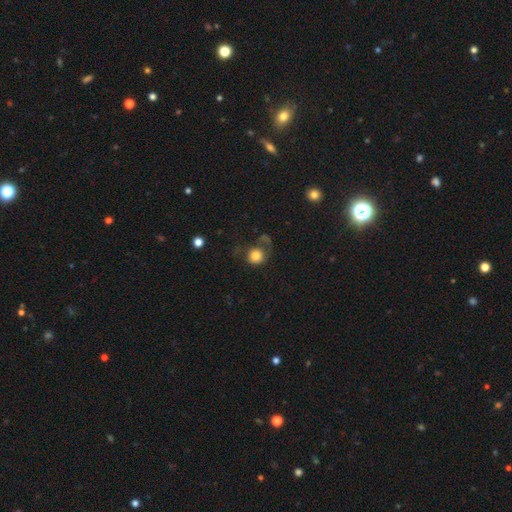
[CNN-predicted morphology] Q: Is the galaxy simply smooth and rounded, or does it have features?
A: smooth — 78%.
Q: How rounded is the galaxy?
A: round — 86%.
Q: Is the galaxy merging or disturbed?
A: none — 44%.